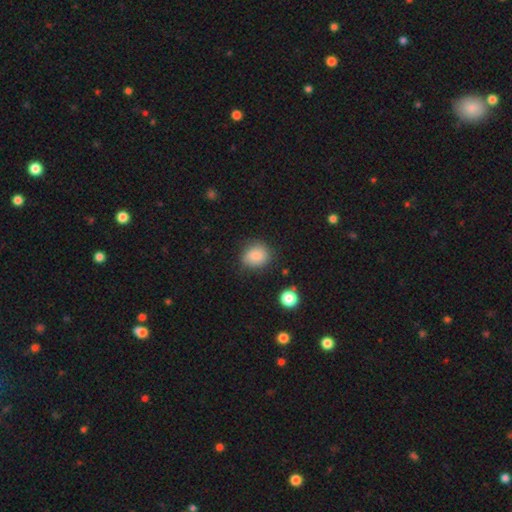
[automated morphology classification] Smooth or featured?
  - smooth: 85% *
  - star or artifact: 9%
  - featured or disk: 6%
How rounded?
  - round: 65% *
  - in between: 34%
  - cigar-shaped: 1%
Merging?
  - none: 75% *
  - minor disturbance: 18%
  - major disturbance: 5%
  - merger: 2%